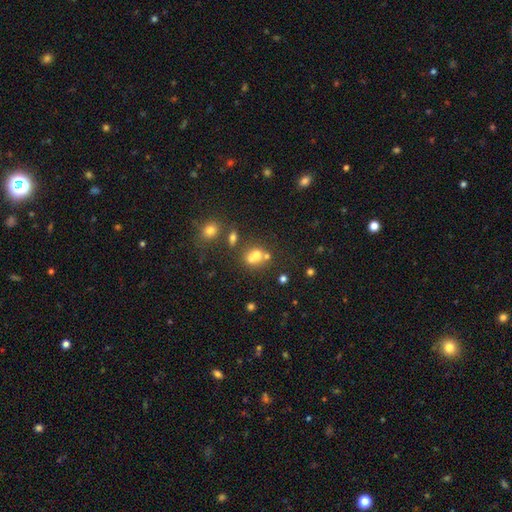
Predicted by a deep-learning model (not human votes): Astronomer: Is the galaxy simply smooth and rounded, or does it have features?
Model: smooth — 63%.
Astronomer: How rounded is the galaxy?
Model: round — 65%.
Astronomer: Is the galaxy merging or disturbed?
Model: merger — 51% (runner-up: none, 35%).